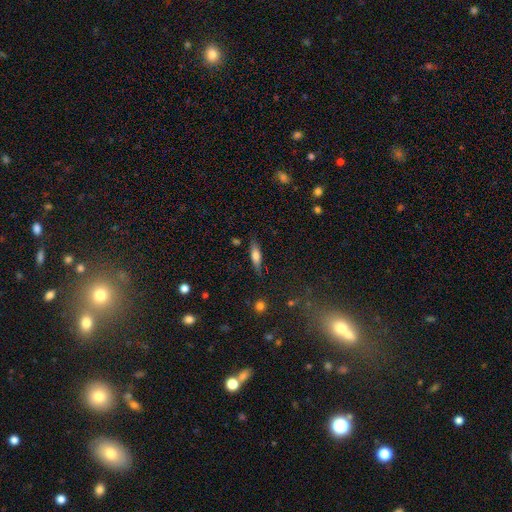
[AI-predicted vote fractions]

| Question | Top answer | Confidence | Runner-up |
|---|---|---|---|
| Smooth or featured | smooth | 68% | featured or disk (25%) |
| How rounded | cigar-shaped | 50% | in between (47%) |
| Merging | none | 79% | minor disturbance (15%) |